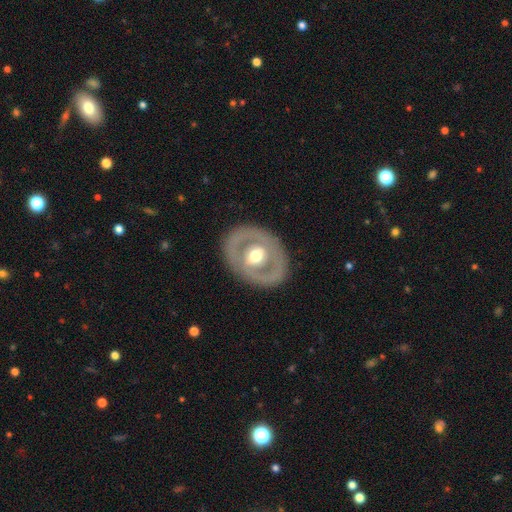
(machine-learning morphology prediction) This is likely a featured or disk galaxy (67%). It is clearly not viewed edge-on (93%). Bar: possibly no (54%). Spiral arm pattern: likely no (78%). Central bulge: likely moderate (71%). Merging: clearly none (84%).